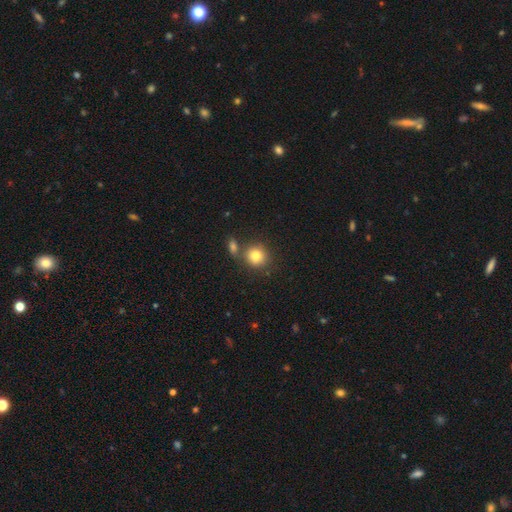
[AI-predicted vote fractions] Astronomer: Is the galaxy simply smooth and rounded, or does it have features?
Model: smooth — 80%.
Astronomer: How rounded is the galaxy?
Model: round — 85%.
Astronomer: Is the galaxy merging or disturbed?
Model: none — 65%.